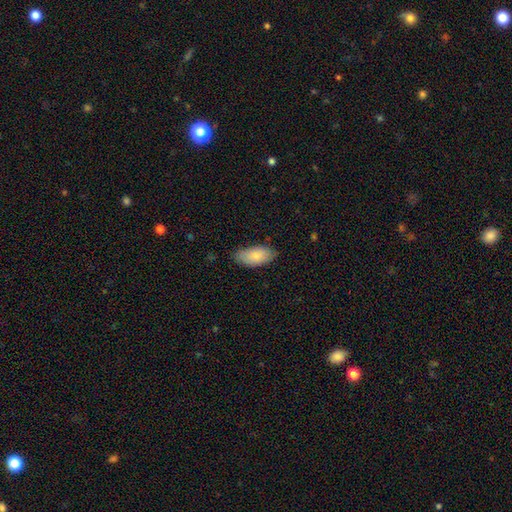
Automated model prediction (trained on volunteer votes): This appears to be a smooth galaxy with no disk features (83%) that is in between round and cigar-shaped (93%). Merging: none (77%).